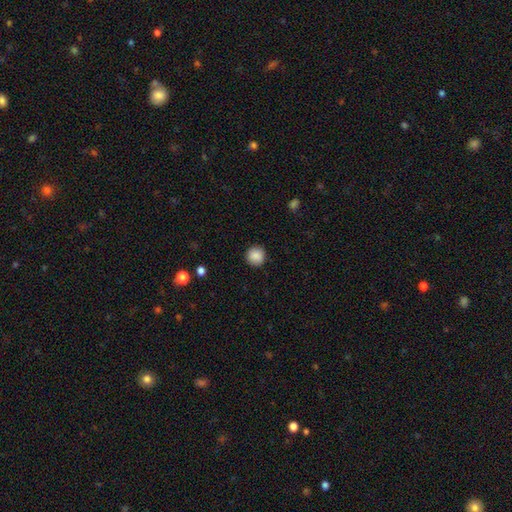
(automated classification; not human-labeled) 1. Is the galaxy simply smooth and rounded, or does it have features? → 88% smooth, 9% star or artifact, 3% featured or disk.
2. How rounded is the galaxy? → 94% round, 5% in between, 1% cigar-shaped.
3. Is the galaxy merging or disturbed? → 91% none, 6% minor disturbance, 2% major disturbance, 1% merger.